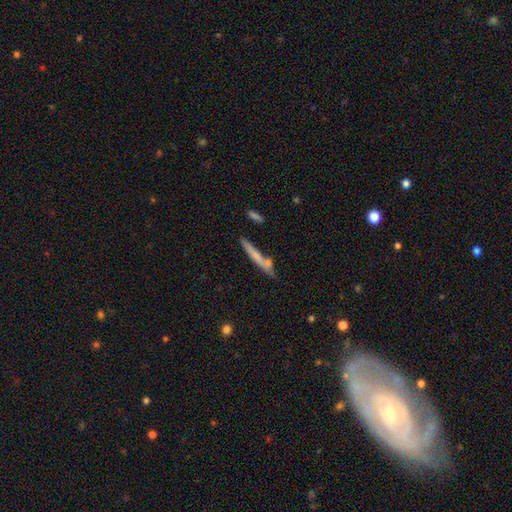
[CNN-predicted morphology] Q: Smooth or featured?
A: smooth (59%); runner-up: featured or disk (34%)
Q: How rounded?
A: cigar-shaped (93%); runner-up: in between (5%)
Q: Merging?
A: none (66%); runner-up: minor disturbance (16%)